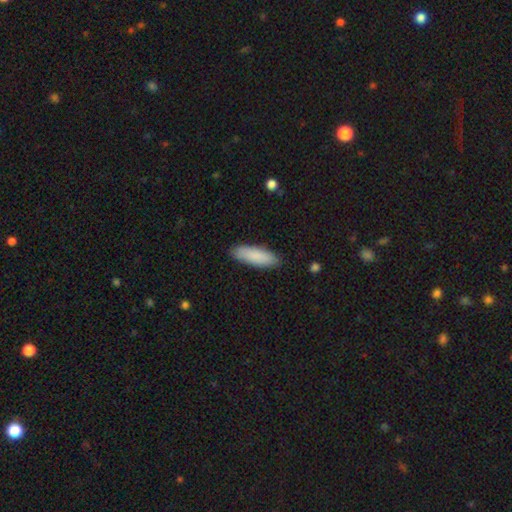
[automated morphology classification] Smooth or featured? Predicted: smooth (p=0.88). How rounded? Predicted: cigar-shaped (p=0.52). Merging? Predicted: none (p=0.88).